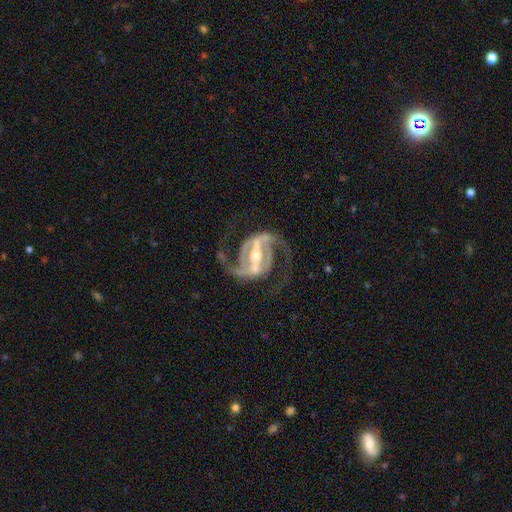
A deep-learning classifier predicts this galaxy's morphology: Q: Smooth or featured?
A: featured or disk (94%); runner-up: star or artifact (4%)
Q: Edge-on disk?
A: no (97%); runner-up: yes (3%)
Q: Bar?
A: strong (79%); runner-up: weak (16%)
Q: Spiral arms?
A: yes (98%); runner-up: no (2%)
Q: Spiral winding?
A: medium (61%); runner-up: loose (23%)
Q: Spiral arm count?
A: 2 (93%); runner-up: 3 (2%)
Q: Bulge size?
A: moderate (58%); runner-up: small (36%)
Q: Merging?
A: none (75%); runner-up: minor disturbance (12%)